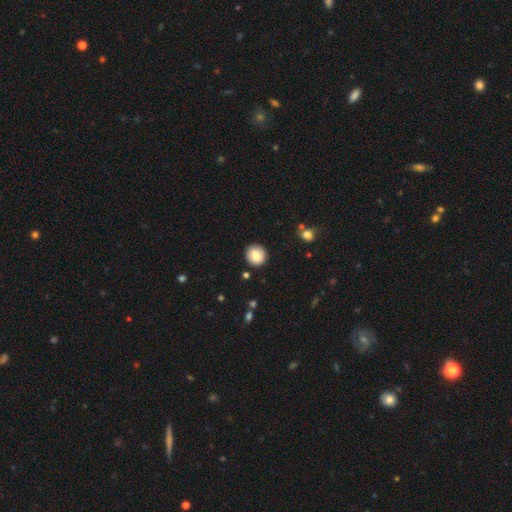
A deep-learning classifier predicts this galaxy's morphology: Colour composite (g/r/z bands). It shows a smooth galaxy with no disk features (82%) that is round (85%). Merging: none (89%).